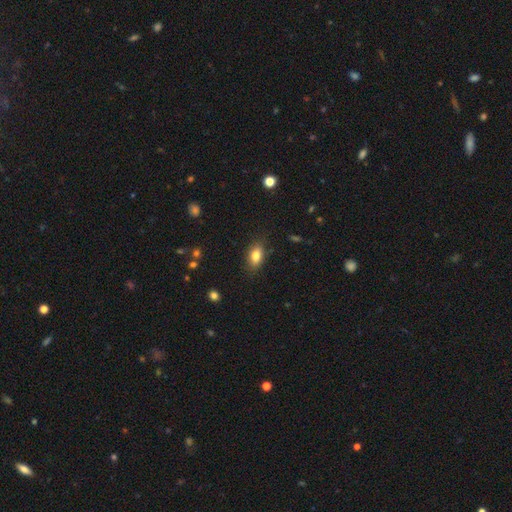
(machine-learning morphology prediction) smooth_or_featured: smooth (p=0.81) [alt: featured or disk p=0.10]
how_rounded: in between (p=0.86) [alt: round p=0.10]
merging: none (p=0.83) [alt: minor disturbance p=0.13]